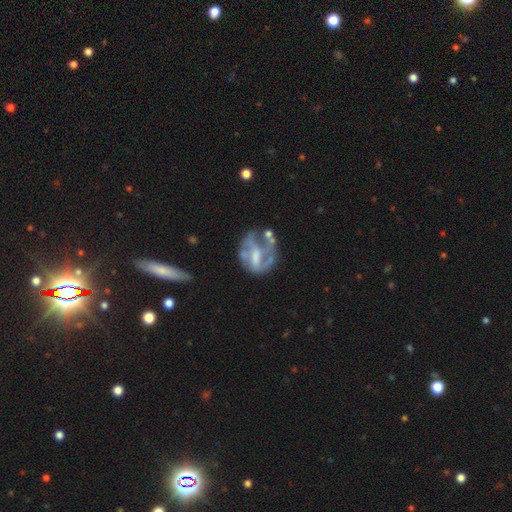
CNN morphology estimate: Smooth or featured? Predicted: featured or disk (p=0.67). Edge-on disk? Predicted: no (p=0.97). Bar? Predicted: no (p=0.43). Spiral arms? Predicted: no (p=0.60). Bulge size? Predicted: none (p=0.36). Merging? Predicted: none (p=0.39).